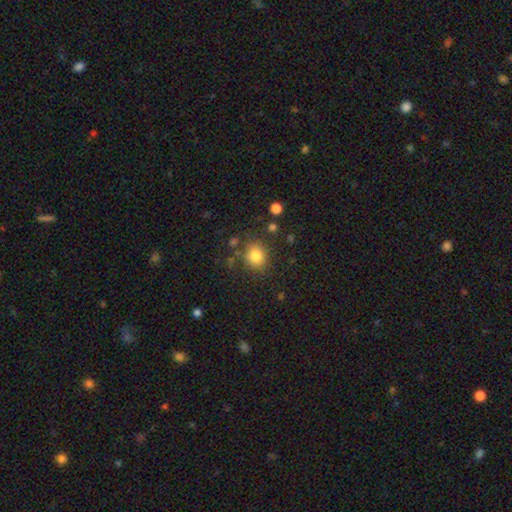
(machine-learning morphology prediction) The model was most divided on "how rounded": round: 77%, in between: 22%, cigar-shaped: 1%. More confident: smooth or featured — smooth (81%); merging — none (80%).